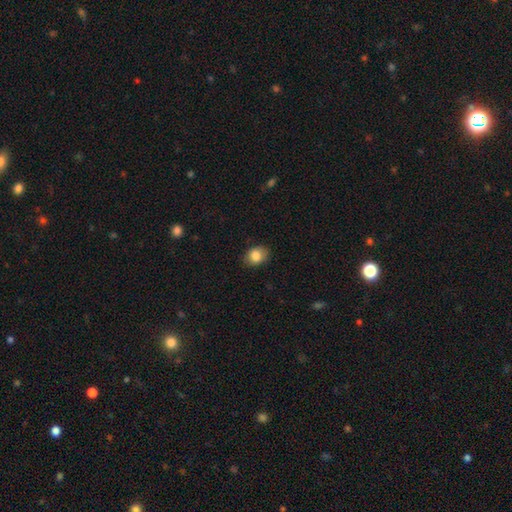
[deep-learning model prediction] smooth_or_featured: smooth (p=0.85) [alt: star or artifact p=0.08]
how_rounded: in between (p=0.59) [alt: round p=0.40]
merging: none (p=0.82) [alt: minor disturbance p=0.14]